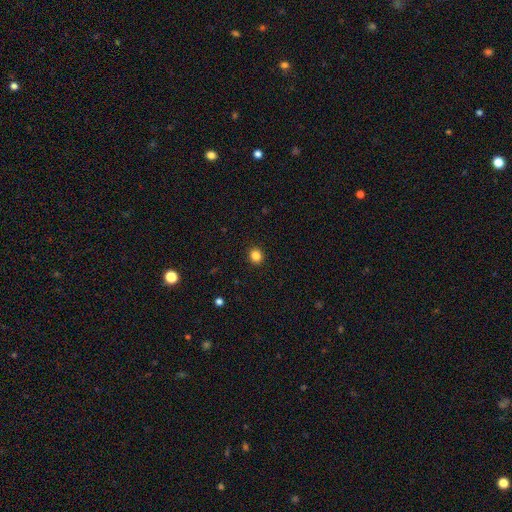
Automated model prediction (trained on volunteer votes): Smooth or featured: smooth — 85% (star or artifact — 11%)
How rounded: round — 83% (in between — 16%)
Merging: none — 93% (minor disturbance — 5%)